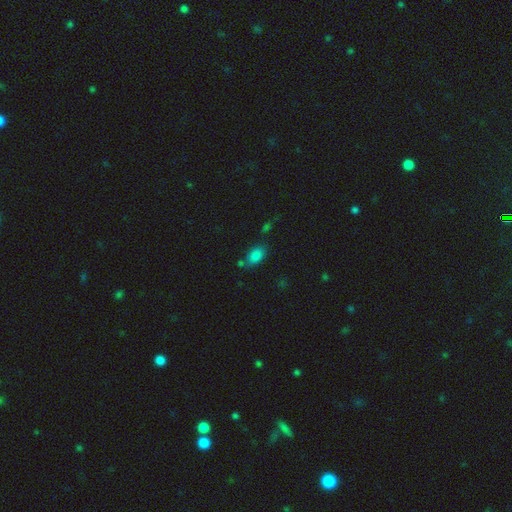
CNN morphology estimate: smooth 82%, star or artifact 12%, featured or disk 6%. Down the decision tree: how rounded — in between (87%); merging — none (65%).